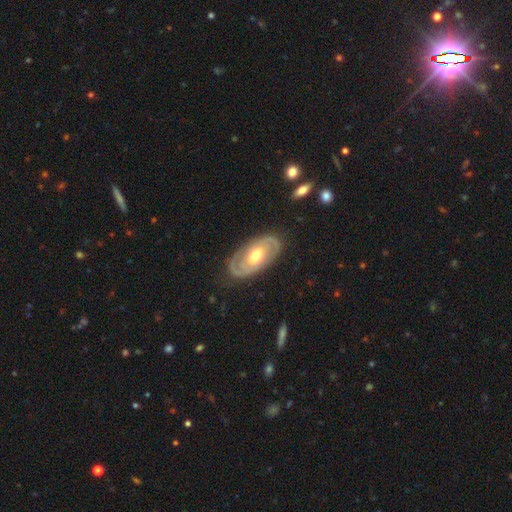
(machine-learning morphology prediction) Smooth or featured? Predicted: featured or disk (p=0.84). Edge-on disk? Predicted: no (p=0.95). Bar? Predicted: no (p=0.65). Spiral arms? Predicted: yes (p=0.89). Spiral winding? Predicted: tight (p=0.58). Spiral arm count? Predicted: 2 (p=0.82). Bulge size? Predicted: moderate (p=0.76). Merging? Predicted: none (p=0.84).